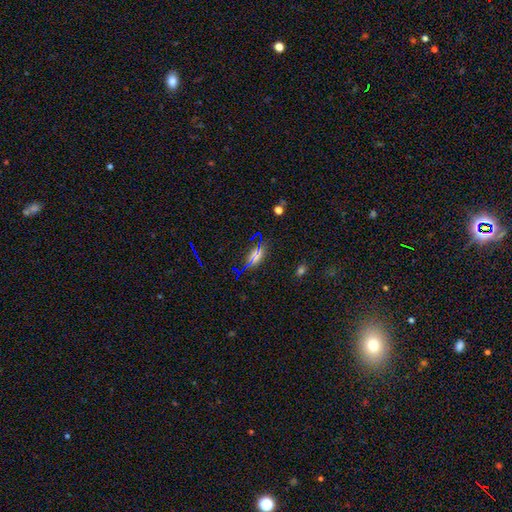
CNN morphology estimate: type=smooth (51%); roundness=in between (68%); merging=none (80%).